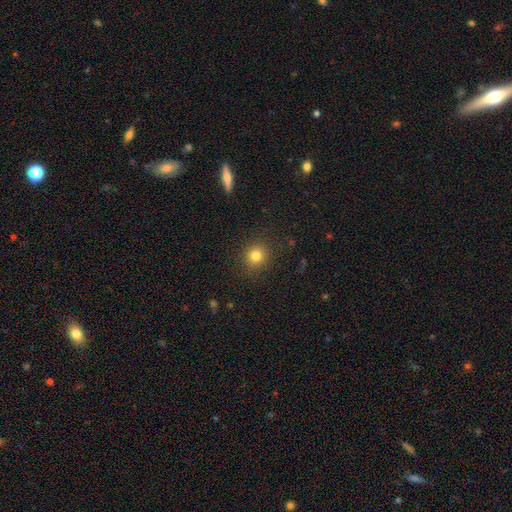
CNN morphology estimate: Smooth or featured? Predicted: smooth (p=0.81). How rounded? Predicted: round (p=0.88). Merging? Predicted: none (p=0.89).